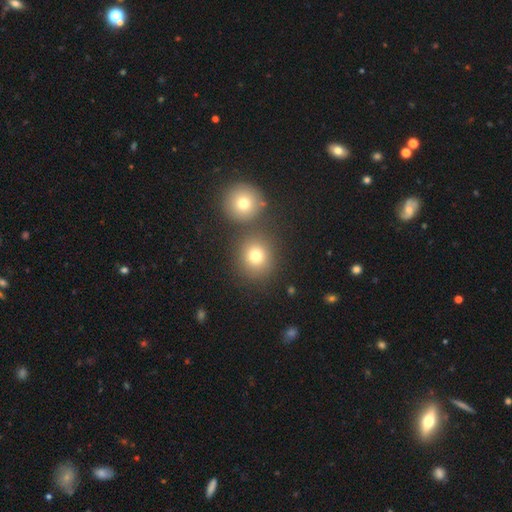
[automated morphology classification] Smooth or featured? smooth (76%)
How rounded? round (86%)
Merging? none (72%)